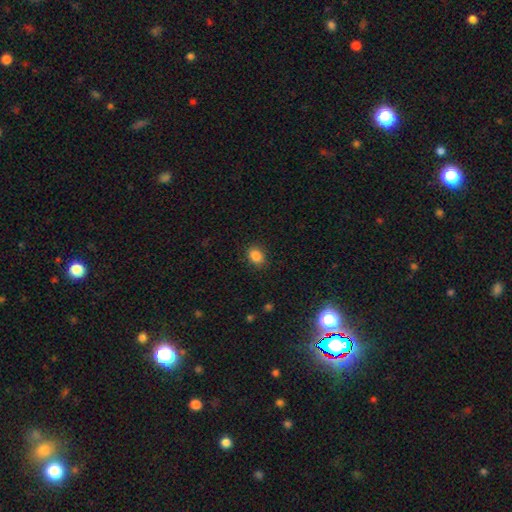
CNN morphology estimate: Smooth or featured? Predicted: smooth (p=0.86). How rounded? Predicted: in between (p=0.61). Merging? Predicted: none (p=0.87).